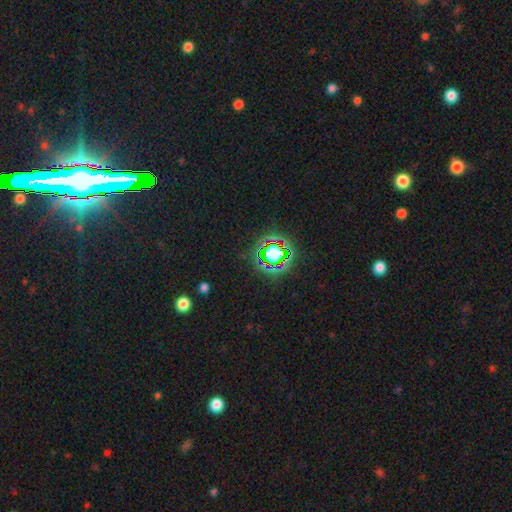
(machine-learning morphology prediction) smooth-or-featured: star or artifact: 82% | smooth: 10% | featured or disk: 8%